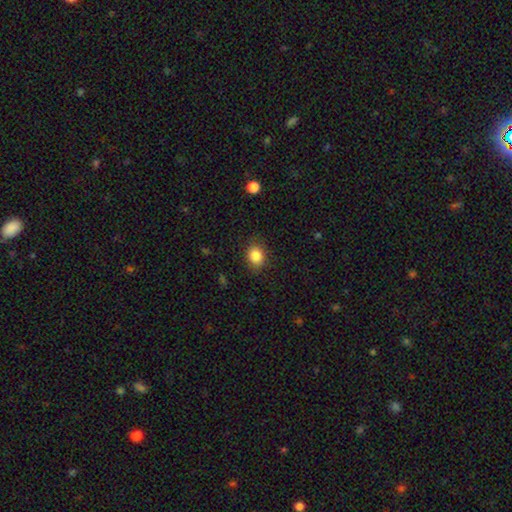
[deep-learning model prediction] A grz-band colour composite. It shows a smooth galaxy with no disk features (85%) that is in between round and cigar-shaped (52%). Merging: none (85%).